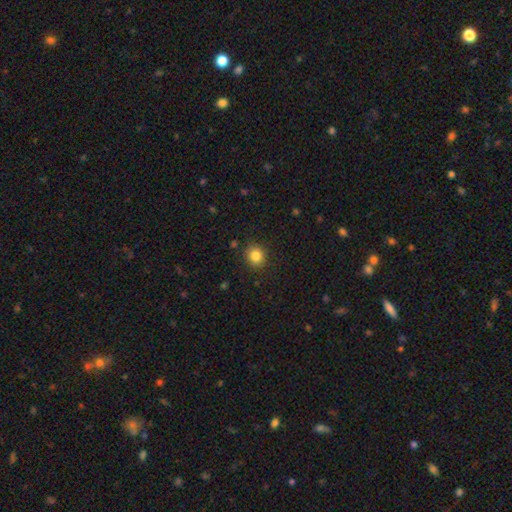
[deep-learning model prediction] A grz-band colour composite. It shows a smooth galaxy with no disk features (83%) that is round (82%). Merging: none (88%).